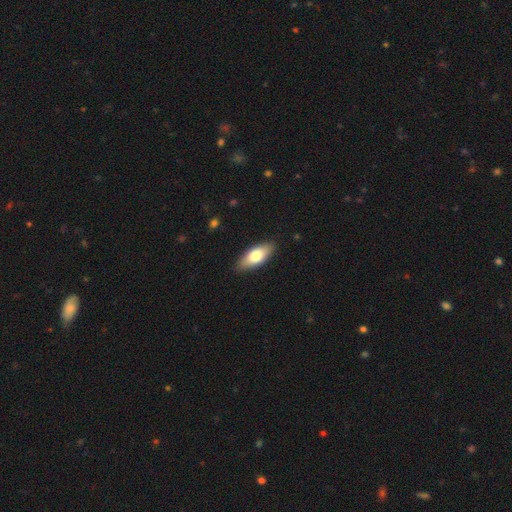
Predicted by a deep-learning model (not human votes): Overall: smooth (74%). How rounded: in between (83%). Merging: none (88%).